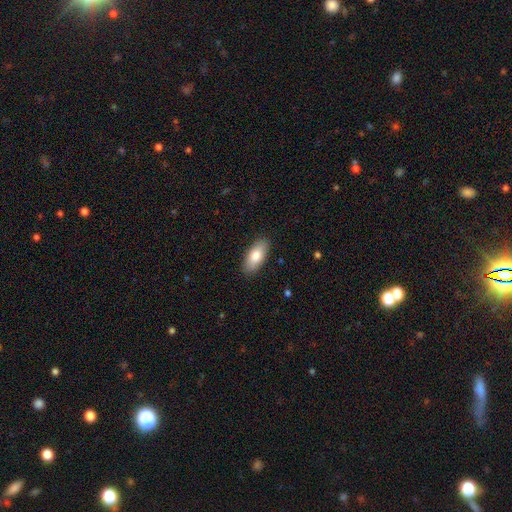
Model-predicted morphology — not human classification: This is clearly a smooth galaxy (81%). How rounded: clearly in between (88%). Merging: clearly none (88%).